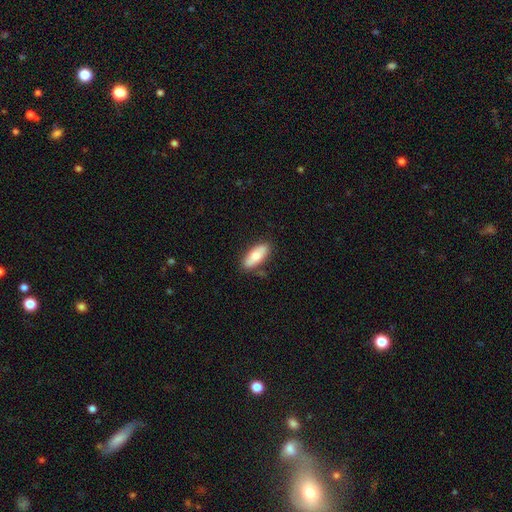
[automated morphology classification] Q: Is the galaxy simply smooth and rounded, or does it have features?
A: smooth — 73%.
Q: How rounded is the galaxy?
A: in between — 78%.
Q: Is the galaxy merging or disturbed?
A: none — 81%.